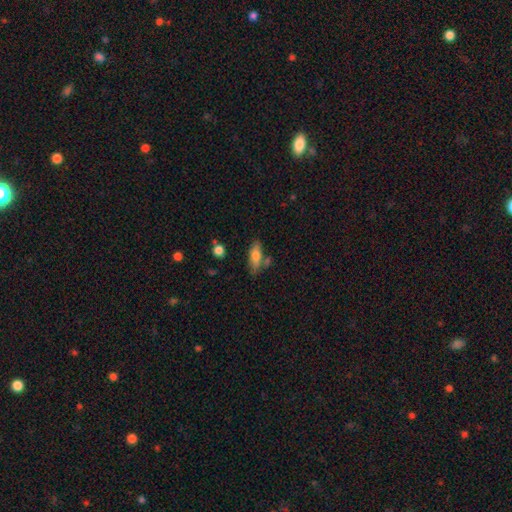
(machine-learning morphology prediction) Smooth or featured?
  - smooth: 74% *
  - featured or disk: 19%
  - star or artifact: 7%
How rounded?
  - in between: 68% *
  - cigar-shaped: 29%
  - round: 3%
Merging?
  - none: 64% *
  - minor disturbance: 18%
  - merger: 13%
  - major disturbance: 5%